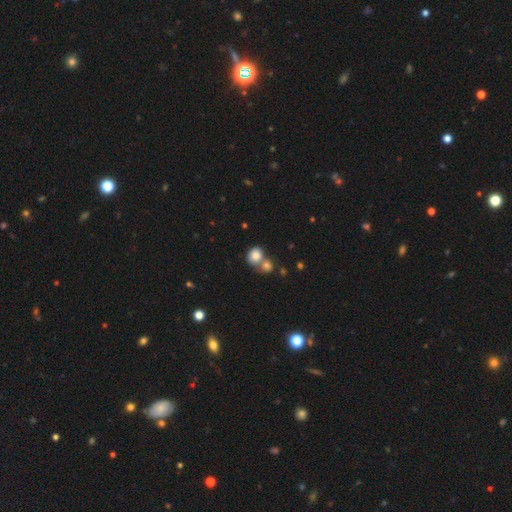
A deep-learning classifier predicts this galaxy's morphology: smooth-or-featured: smooth: 82% | star or artifact: 10% | featured or disk: 8%
  how-rounded: round: 69% | in between: 30% | cigar-shaped: 1%
  merging: merger: 47% | none: 40% | minor disturbance: 9% | major disturbance: 4%